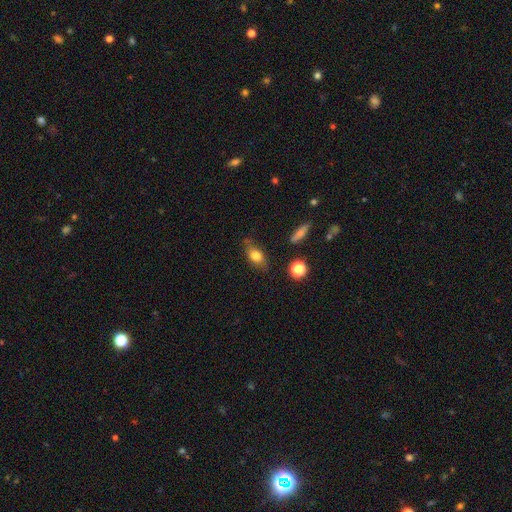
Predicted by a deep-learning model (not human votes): smooth_or_featured: smooth (p=0.78) [alt: featured or disk p=0.12]
how_rounded: in between (p=0.79) [alt: round p=0.14]
merging: none (p=0.70) [alt: minor disturbance p=0.22]